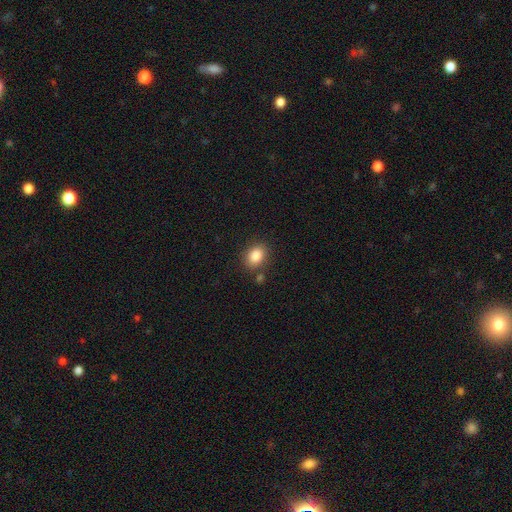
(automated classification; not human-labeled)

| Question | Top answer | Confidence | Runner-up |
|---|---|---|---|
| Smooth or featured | smooth | 85% | star or artifact (9%) |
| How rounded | in between | 65% | round (34%) |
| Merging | none | 79% | minor disturbance (11%) |